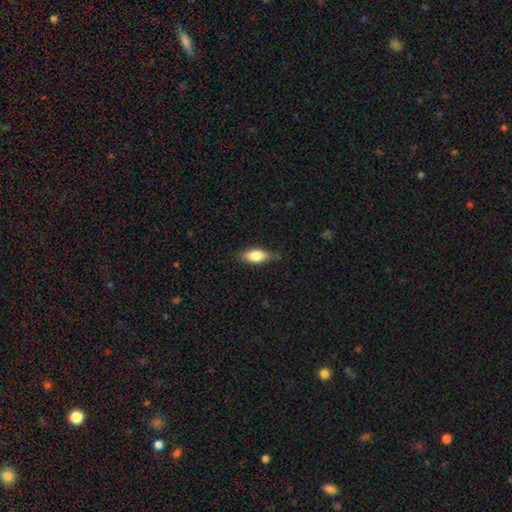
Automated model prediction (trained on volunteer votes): This is likely a smooth galaxy (77%). How rounded: clearly in between (85%). Merging: likely none (73%).